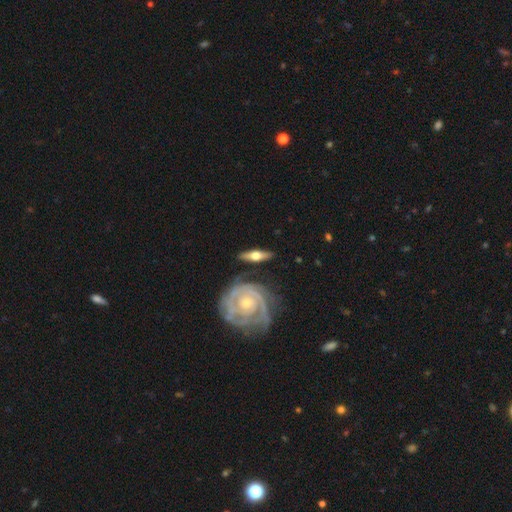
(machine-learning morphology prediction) This appears to be a featured or disk galaxy (70%) viewed edge-on (63%). Merging: none (77%).